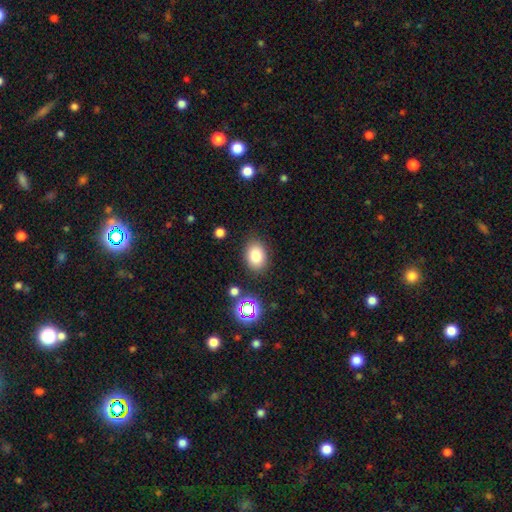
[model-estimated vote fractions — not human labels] This is clearly a smooth galaxy (81%). How rounded: likely in between (76%). Merging: clearly none (84%).